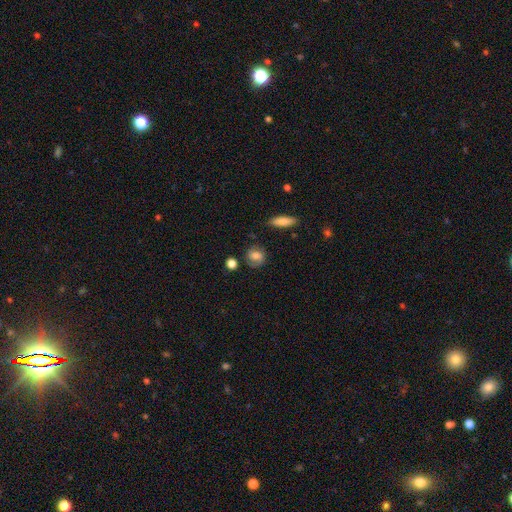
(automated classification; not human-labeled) Smooth or featured? smooth (62%)
How rounded? round (66%)
Merging? none (70%)